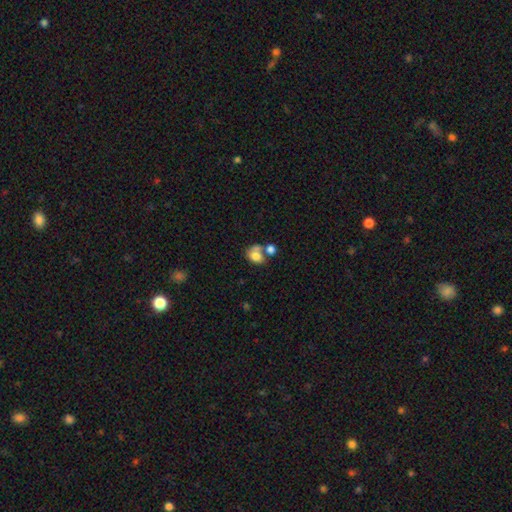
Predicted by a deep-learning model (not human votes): A smooth galaxy with no disk features (75%) that is in between round and cigar-shaped (53%). Merging: merger (48%).